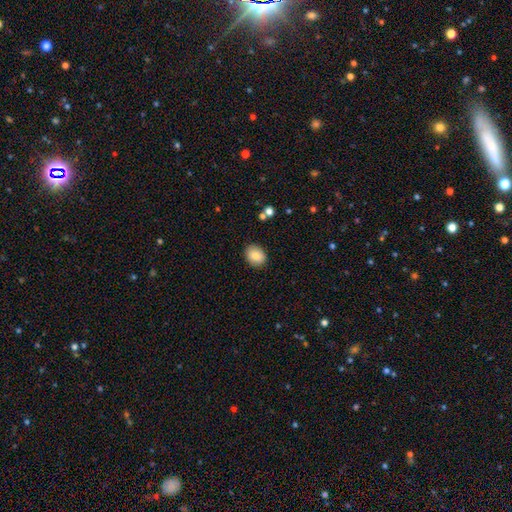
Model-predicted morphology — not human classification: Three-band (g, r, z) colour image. It shows a smooth galaxy with no disk features (85%) that is round (50%). Merging: none (88%).